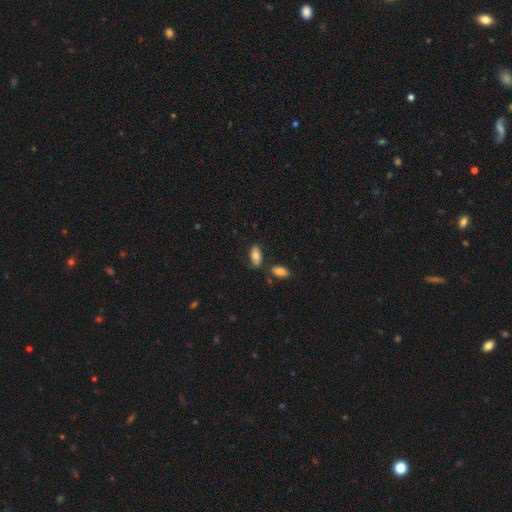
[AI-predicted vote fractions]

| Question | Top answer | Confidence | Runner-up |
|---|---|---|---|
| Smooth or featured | smooth | 72% | featured or disk (20%) |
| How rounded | in between | 90% | cigar-shaped (7%) |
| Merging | none | 68% | minor disturbance (18%) |